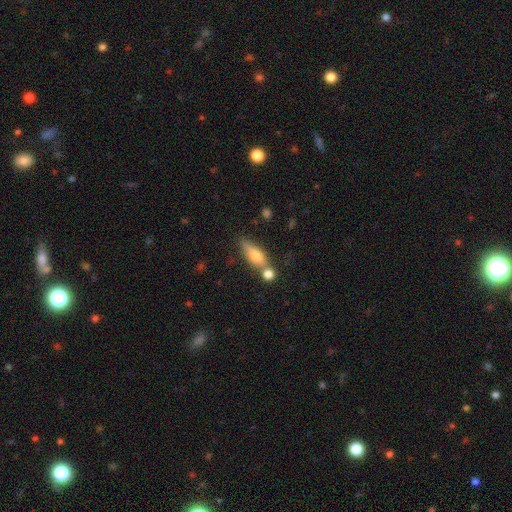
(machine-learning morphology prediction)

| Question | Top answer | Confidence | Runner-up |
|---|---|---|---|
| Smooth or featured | smooth | 66% | featured or disk (26%) |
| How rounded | in between | 53% | cigar-shaped (43%) |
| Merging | none | 49% | merger (29%) |